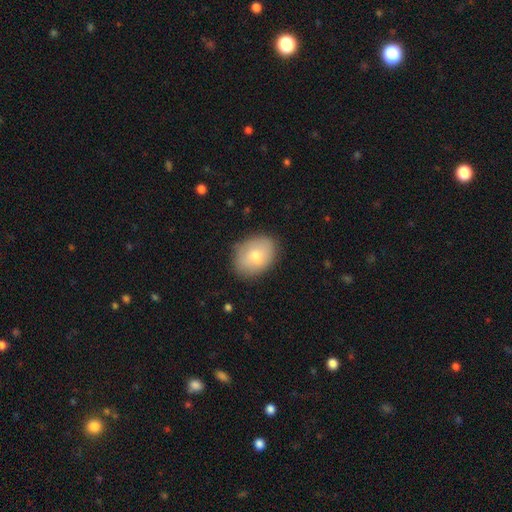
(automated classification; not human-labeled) Morphology: type=smooth (71%); roundness=in between (67%); merging=none (77%).